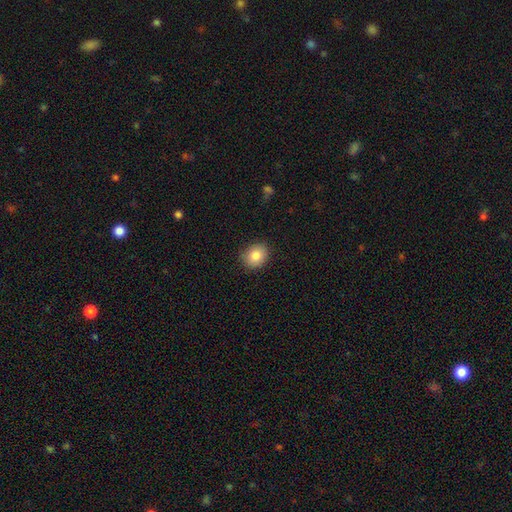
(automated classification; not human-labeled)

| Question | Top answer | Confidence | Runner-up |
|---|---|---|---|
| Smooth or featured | smooth | 84% | star or artifact (9%) |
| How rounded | round | 64% | in between (36%) |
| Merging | none | 87% | minor disturbance (10%) |